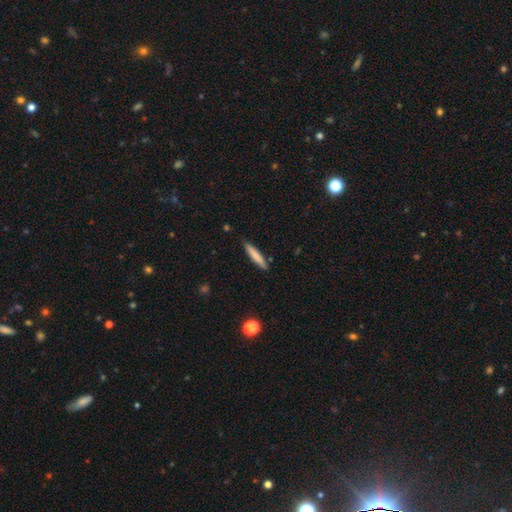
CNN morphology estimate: Smooth or featured: smooth — 77% (featured or disk — 17%)
How rounded: cigar-shaped — 92% (in between — 7%)
Merging: none — 87% (minor disturbance — 10%)